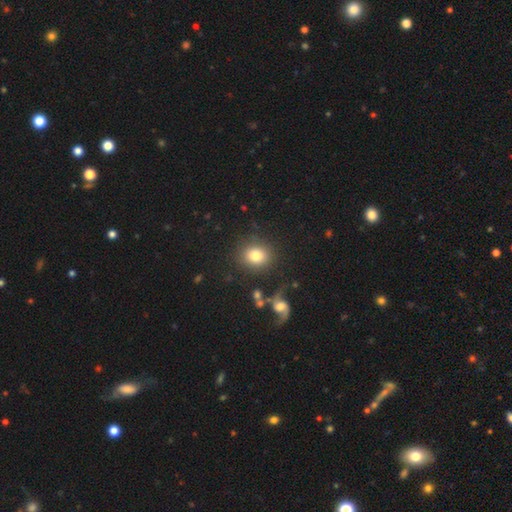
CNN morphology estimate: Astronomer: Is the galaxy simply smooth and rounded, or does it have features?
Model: smooth — 80%.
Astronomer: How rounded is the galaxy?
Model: round — 73%.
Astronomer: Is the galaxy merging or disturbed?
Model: none — 85%.